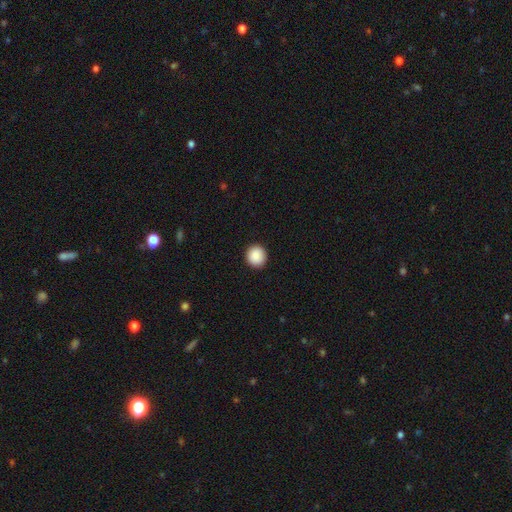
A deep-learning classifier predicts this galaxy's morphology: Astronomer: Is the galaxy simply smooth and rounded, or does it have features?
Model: smooth — 89%.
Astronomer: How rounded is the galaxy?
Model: round — 91%.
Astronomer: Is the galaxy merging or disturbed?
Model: none — 93%.